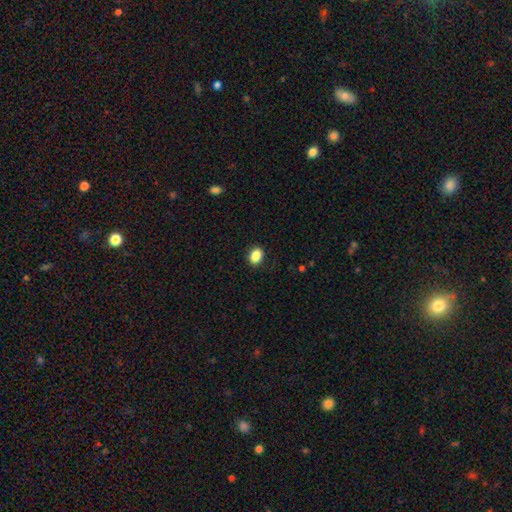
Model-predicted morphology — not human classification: This appears to be a smooth galaxy with no disk features (88%) that is in between round and cigar-shaped (67%). Merging: none (89%).